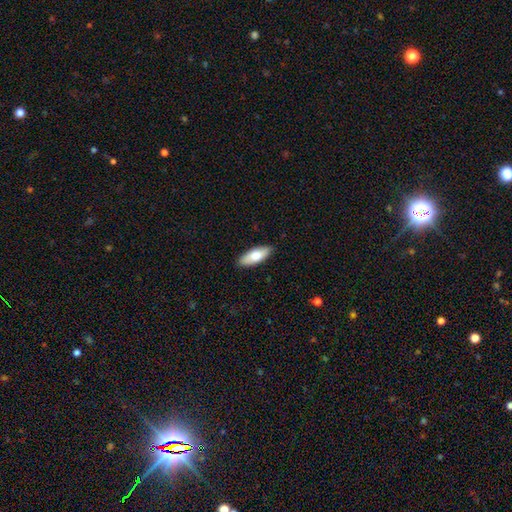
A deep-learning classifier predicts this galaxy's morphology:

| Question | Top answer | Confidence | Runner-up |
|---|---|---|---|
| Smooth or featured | smooth | 75% | featured or disk (20%) |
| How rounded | in between | 78% | cigar-shaped (20%) |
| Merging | none | 88% | minor disturbance (9%) |